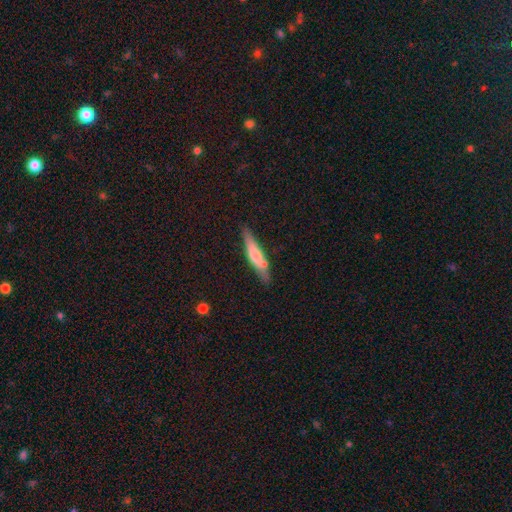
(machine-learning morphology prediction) smooth-or-featured: smooth: 59% | featured or disk: 35% | star or artifact: 6%
  how-rounded: cigar-shaped: 83% | in between: 15% | round: 2%
  merging: none: 72% | minor disturbance: 18% | merger: 7% | major disturbance: 4%